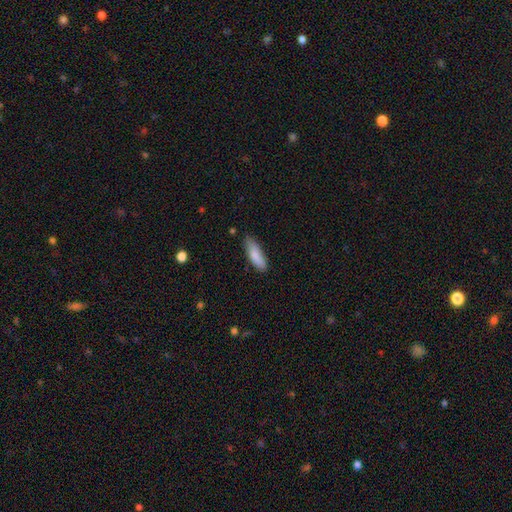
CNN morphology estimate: A smooth galaxy with no disk features (85%) that is in between round and cigar-shaped (56%).

Vote fractions:
- Smooth or featured? smooth: 85% / featured or disk: 9% / star or artifact: 6%
- How rounded? in between: 56% / cigar-shaped: 42% / round: 2%
- Merging? none: 79% / minor disturbance: 17% / major disturbance: 3% / merger: 2%